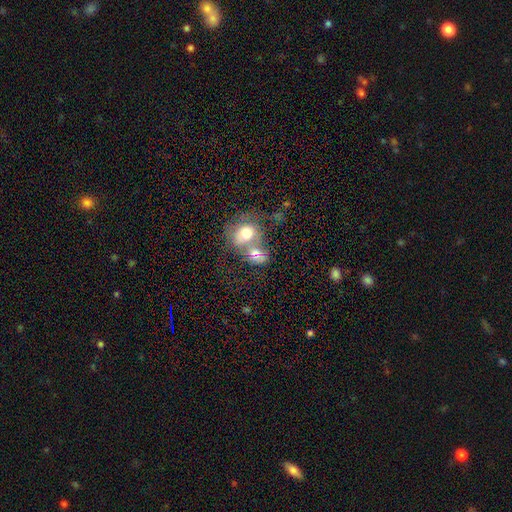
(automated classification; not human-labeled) Morphology: type=smooth (61%); roundness=round (50%); merging=merger (66%).